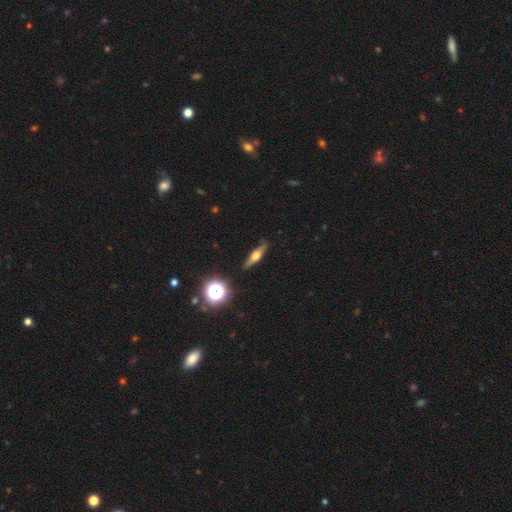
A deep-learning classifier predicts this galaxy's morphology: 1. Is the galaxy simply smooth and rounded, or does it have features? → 56% featured or disk, 35% smooth, 10% star or artifact.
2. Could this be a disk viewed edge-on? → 93% yes, 7% no.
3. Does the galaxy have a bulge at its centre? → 92% rounded, 5% boxy, 3% none.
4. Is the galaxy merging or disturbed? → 86% none, 10% minor disturbance, 2% major disturbance, 1% merger.